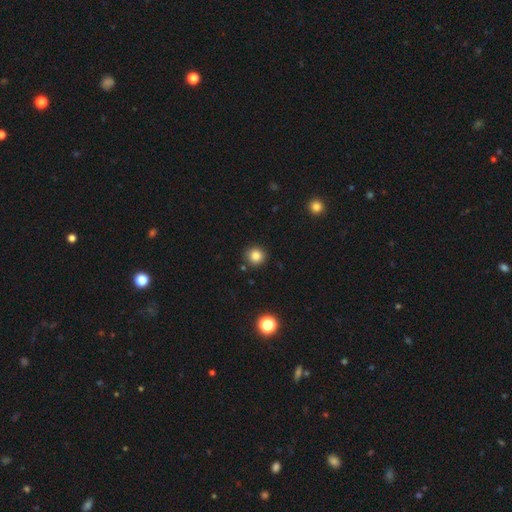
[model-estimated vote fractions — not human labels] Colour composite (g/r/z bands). It shows a smooth galaxy with no disk features (83%) that is round (94%). Merging: none (89%).